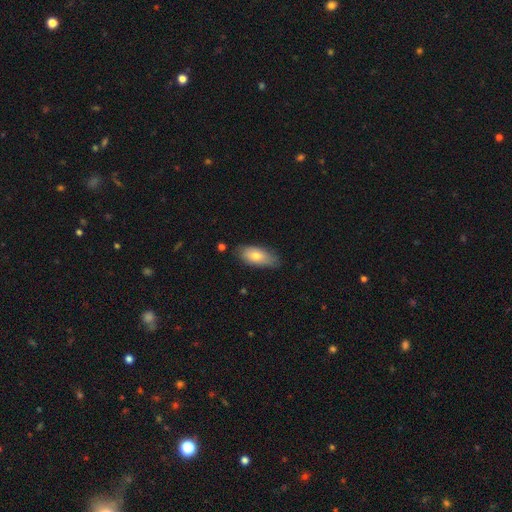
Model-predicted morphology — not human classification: Overall: smooth (74%). How rounded: in between (87%). Merging: none (72%).